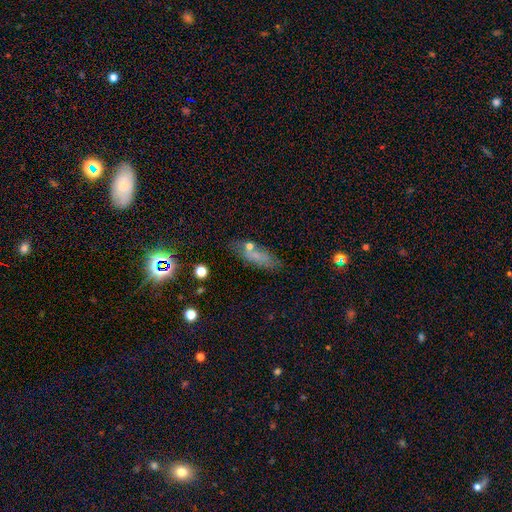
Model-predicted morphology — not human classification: smooth_or_featured: smooth (p=0.57) [alt: featured or disk p=0.25]
how_rounded: in between (p=0.59) [alt: cigar-shaped p=0.35]
merging: none (p=0.64) [alt: minor disturbance p=0.18]